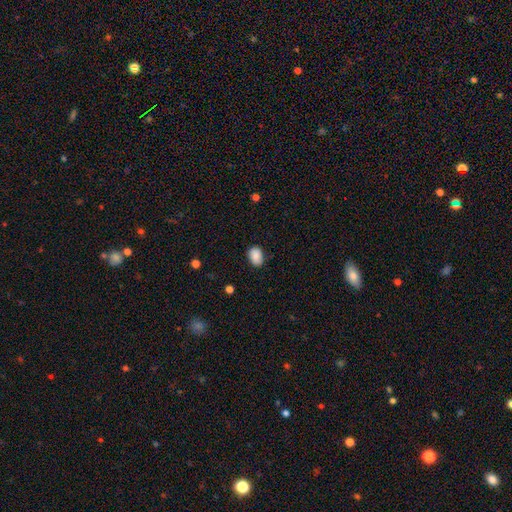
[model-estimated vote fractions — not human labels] Overall: smooth (87%). How rounded: in between (77%). Merging: none (77%).